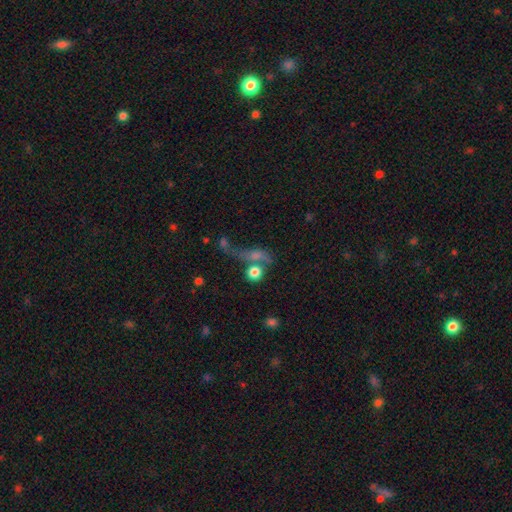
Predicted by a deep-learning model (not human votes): smooth-or-featured: smooth: 43% | featured or disk: 35% | star or artifact: 22%
  merging: none: 33% | merger: 29% | major disturbance: 24% | minor disturbance: 14%